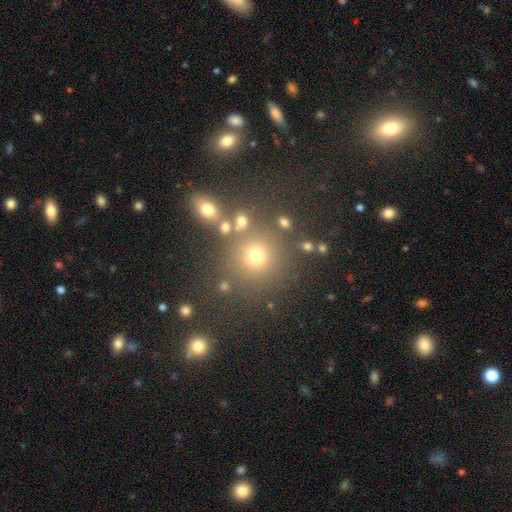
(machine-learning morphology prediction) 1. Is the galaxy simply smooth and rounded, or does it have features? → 67% smooth, 24% star or artifact, 10% featured or disk.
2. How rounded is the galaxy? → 90% round, 9% in between, 1% cigar-shaped.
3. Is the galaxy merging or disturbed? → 76% none, 10% merger, 9% minor disturbance, 5% major disturbance.